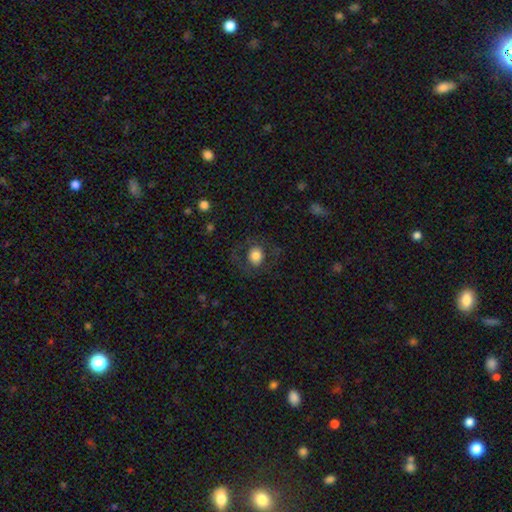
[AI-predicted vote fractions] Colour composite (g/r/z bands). It shows a smooth galaxy with no disk features (74%) that is round (72%). Merging: none (76%).